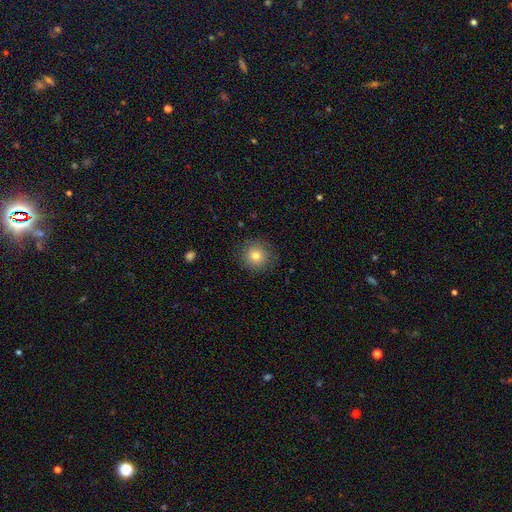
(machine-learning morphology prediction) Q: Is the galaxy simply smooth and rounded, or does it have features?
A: smooth — 80%.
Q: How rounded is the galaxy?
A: round — 93%.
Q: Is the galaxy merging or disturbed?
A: none — 88%.